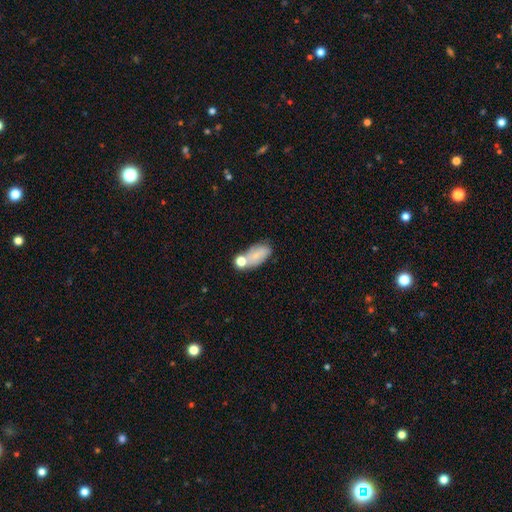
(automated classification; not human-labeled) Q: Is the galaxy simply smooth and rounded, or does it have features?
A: smooth — 73%.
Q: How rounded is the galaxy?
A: in between — 87%.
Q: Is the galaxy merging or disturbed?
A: none — 45%.